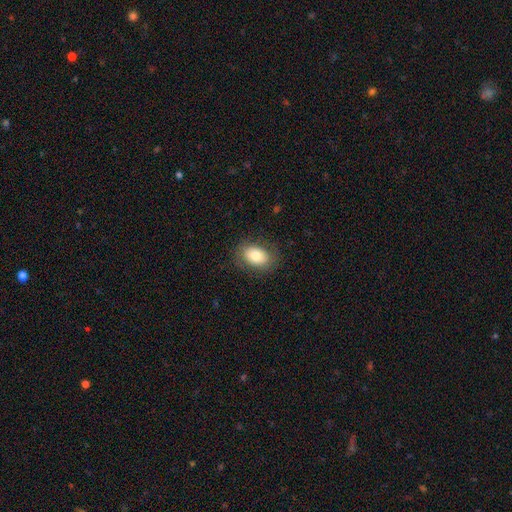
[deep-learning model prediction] Q: Smooth or featured?
A: smooth (79%); runner-up: featured or disk (13%)
Q: How rounded?
A: in between (82%); runner-up: round (17%)
Q: Merging?
A: none (82%); runner-up: minor disturbance (12%)